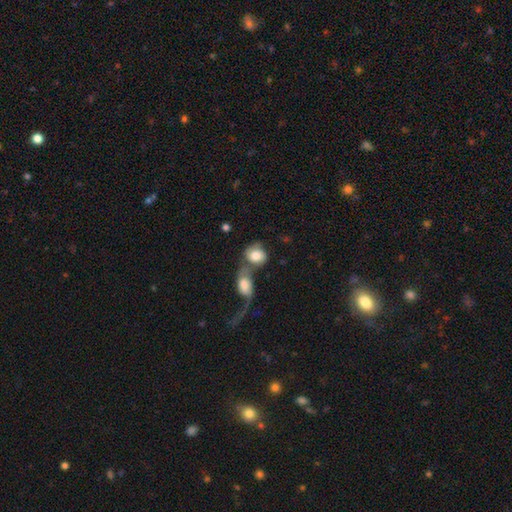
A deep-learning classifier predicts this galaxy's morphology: Smooth or featured?
  - smooth: 68% *
  - featured or disk: 25%
  - star or artifact: 7%
How rounded?
  - round: 53% *
  - in between: 45%
  - cigar-shaped: 2%
Merging?
  - merger: 65% *
  - none: 16%
  - major disturbance: 11%
  - minor disturbance: 8%